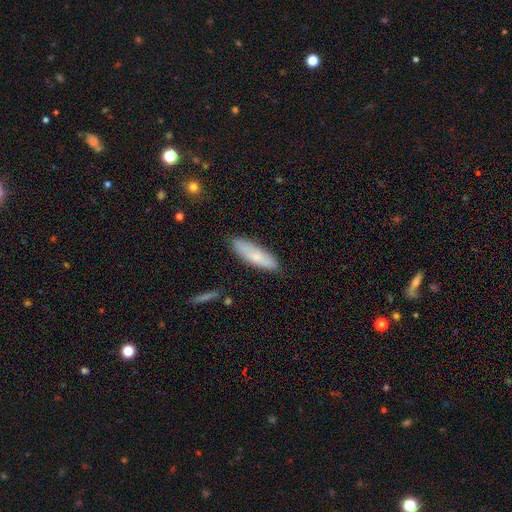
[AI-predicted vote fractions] The model was most divided on "how rounded": cigar-shaped: 59%, in between: 39%, round: 2%. More confident: merging — none (84%); smooth or featured — smooth (77%).